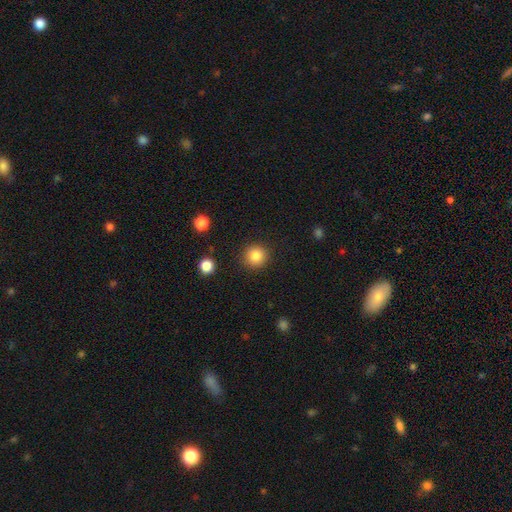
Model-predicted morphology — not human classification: Q: Smooth or featured?
A: smooth (86%); runner-up: star or artifact (10%)
Q: How rounded?
A: round (93%); runner-up: in between (6%)
Q: Merging?
A: none (90%); runner-up: minor disturbance (6%)